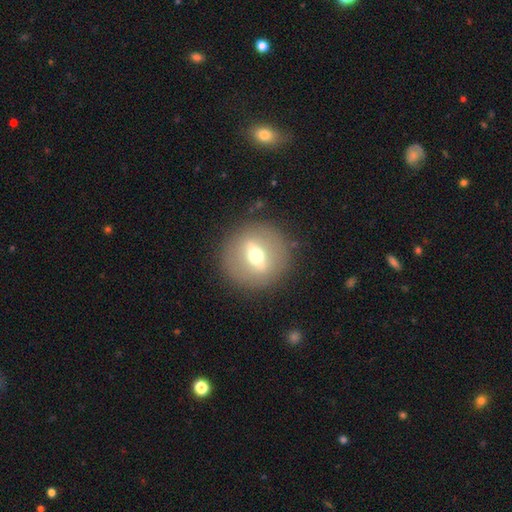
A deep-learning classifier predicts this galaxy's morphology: Overall: featured or disk (62%; smooth 30%). Edge-on disk: no (59%; yes 41%). Merging: none (87%).